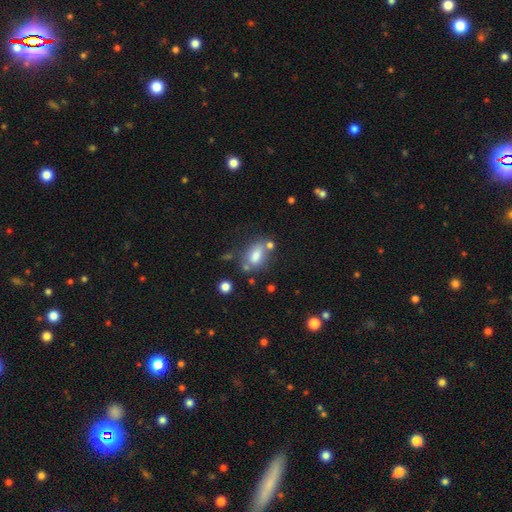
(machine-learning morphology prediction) Smooth or featured?
  - smooth: 75% *
  - featured or disk: 15%
  - star or artifact: 10%
How rounded?
  - in between: 82% *
  - round: 13%
  - cigar-shaped: 5%
Merging?
  - none: 60% *
  - minor disturbance: 17%
  - merger: 16%
  - major disturbance: 6%